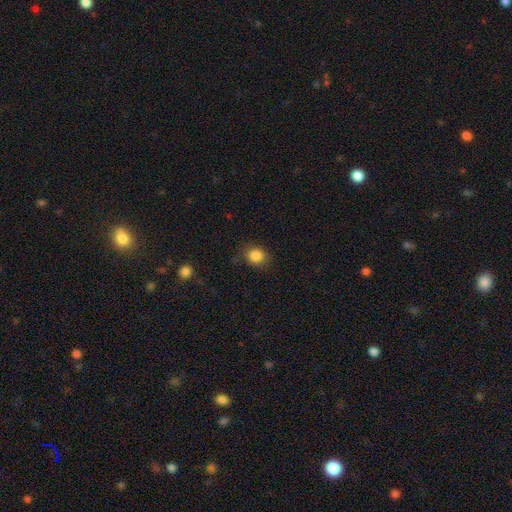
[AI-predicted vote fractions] Morphology: type=smooth (85%); roundness=round (73%); merging=none (79%).